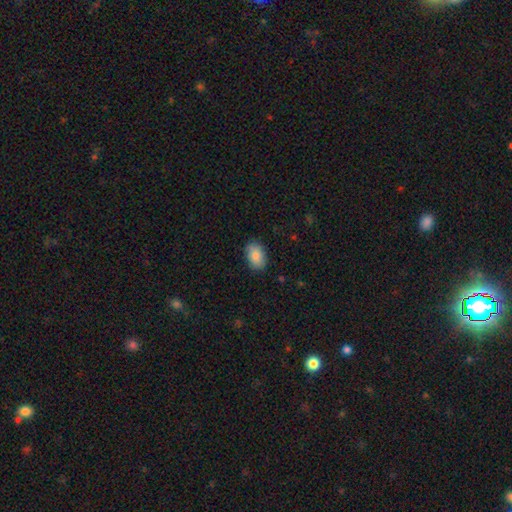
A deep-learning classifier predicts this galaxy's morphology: Smooth or featured: smooth — 88% (star or artifact — 7%)
How rounded: in between — 89% (round — 10%)
Merging: none — 86% (minor disturbance — 11%)